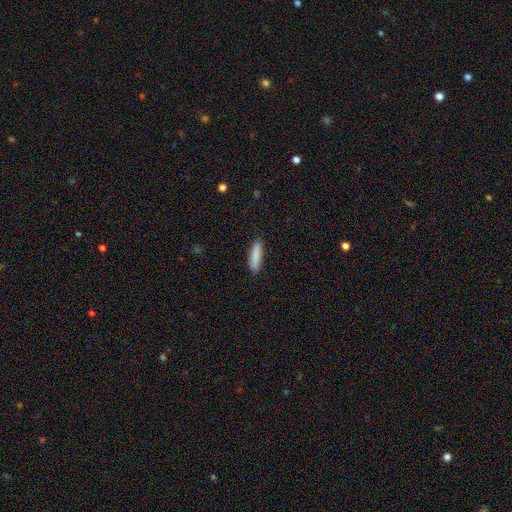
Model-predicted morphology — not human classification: Smooth or featured? Predicted: smooth (p=0.86). How rounded? Predicted: cigar-shaped (p=0.73). Merging? Predicted: none (p=0.87).